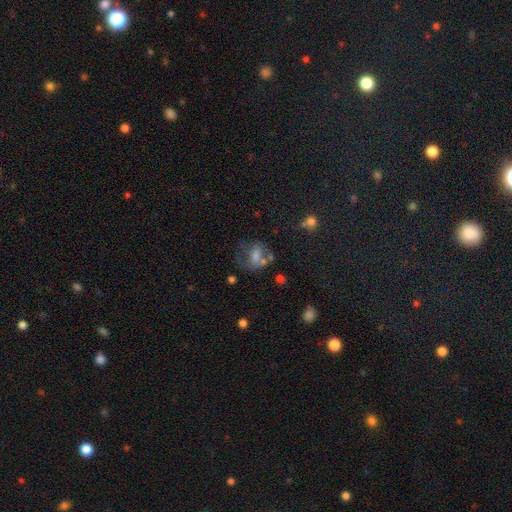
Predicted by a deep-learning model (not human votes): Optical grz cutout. It shows a smooth galaxy with no disk features (42%). Merging: none (41%).